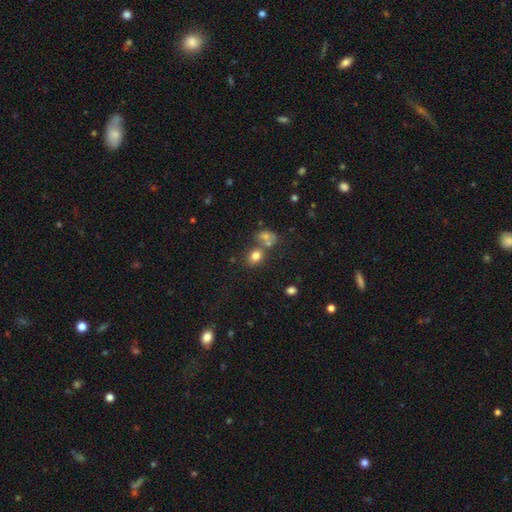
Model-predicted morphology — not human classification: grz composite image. It shows a smooth galaxy with no disk features (77%) that is round (50%). Merging: none (55%).